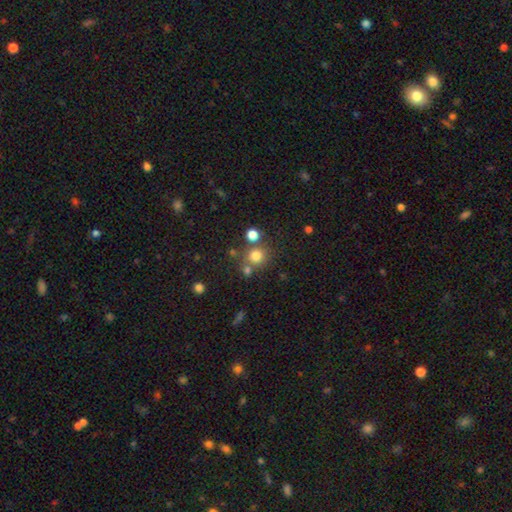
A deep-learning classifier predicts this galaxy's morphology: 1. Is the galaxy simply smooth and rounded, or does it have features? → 77% smooth, 16% star or artifact, 8% featured or disk.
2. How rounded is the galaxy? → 88% round, 11% in between, 1% cigar-shaped.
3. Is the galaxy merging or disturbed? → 68% none, 19% merger, 9% minor disturbance, 4% major disturbance.